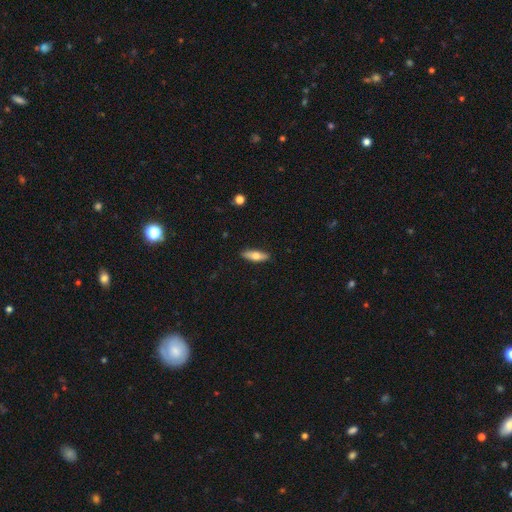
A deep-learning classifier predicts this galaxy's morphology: A smooth galaxy with no disk features (63%) that is cigar-shaped (49%). Merging: none (89%).